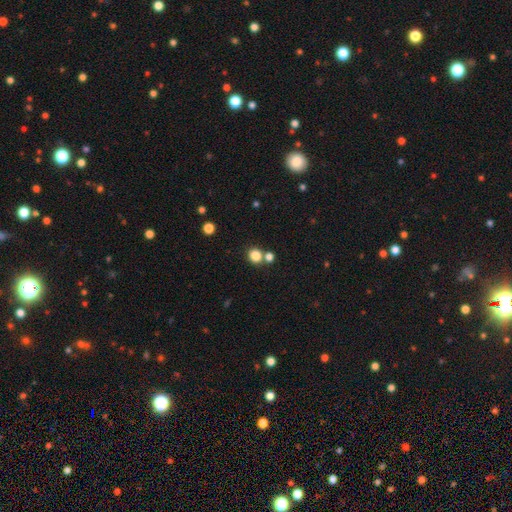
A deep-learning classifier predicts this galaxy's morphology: smooth-or-featured: smooth: 82% | star or artifact: 12% | featured or disk: 5%
  how-rounded: round: 78% | in between: 21% | cigar-shaped: 1%
  merging: none: 64% | merger: 25% | minor disturbance: 8% | major disturbance: 3%